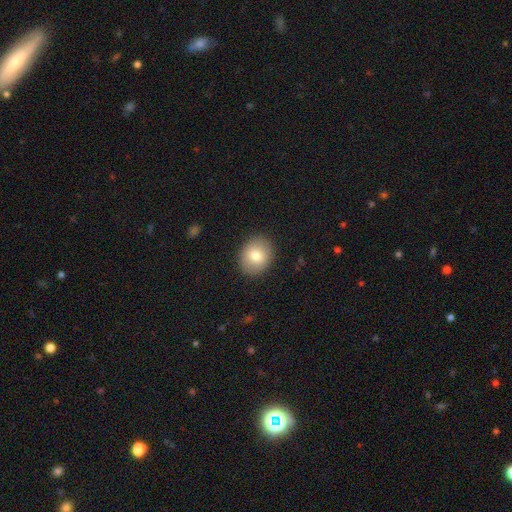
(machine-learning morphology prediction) Smooth or featured?
  - smooth: 78% *
  - featured or disk: 13%
  - star or artifact: 8%
How rounded?
  - round: 62% *
  - in between: 37%
  - cigar-shaped: 1%
Merging?
  - none: 89% *
  - minor disturbance: 8%
  - major disturbance: 2%
  - merger: 1%